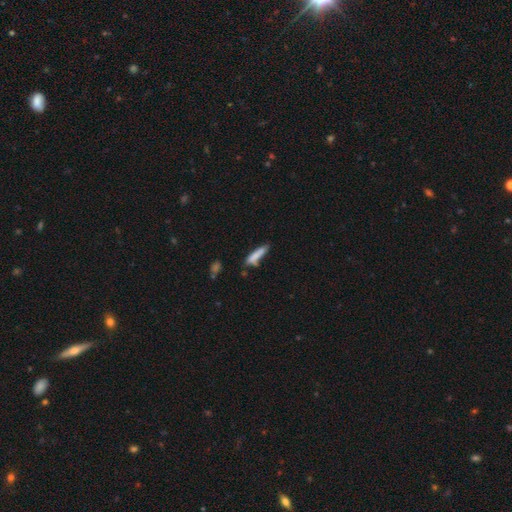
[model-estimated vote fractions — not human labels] The model was most divided on "merging": none: 60%, minor disturbance: 23%, merger: 10%, major disturbance: 7%. More confident: how rounded — cigar-shaped (84%); smooth or featured — smooth (77%).